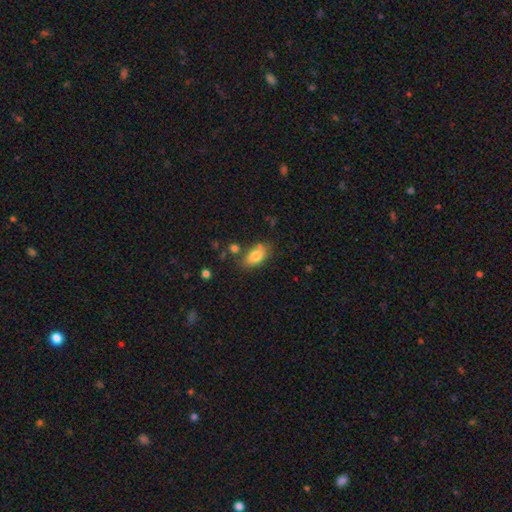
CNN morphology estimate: Smooth or featured? Predicted: smooth (p=0.81). How rounded? Predicted: in between (p=0.88). Merging? Predicted: none (p=0.70).